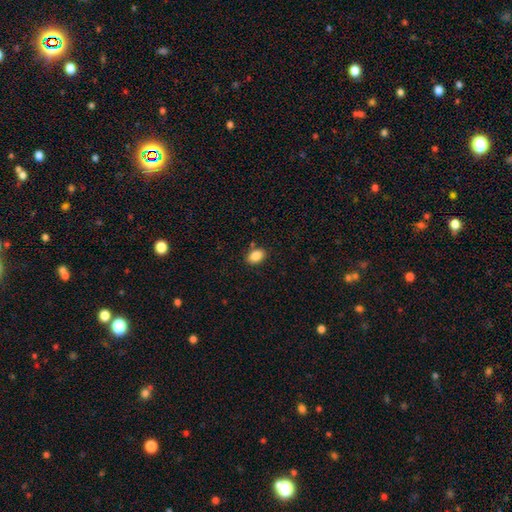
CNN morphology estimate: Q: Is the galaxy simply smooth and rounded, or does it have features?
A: smooth — 87%.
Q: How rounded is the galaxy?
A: in between — 82%.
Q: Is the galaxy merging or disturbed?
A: none — 84%.